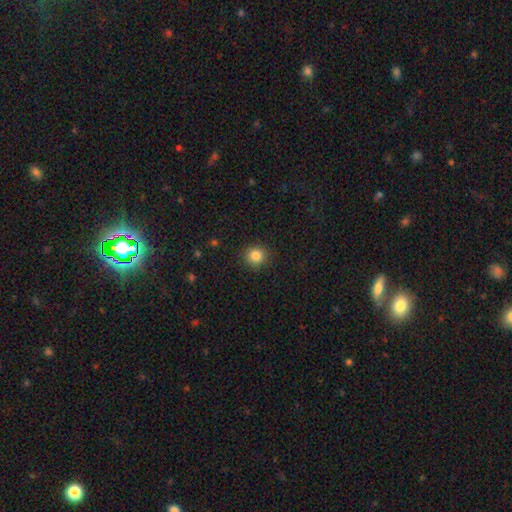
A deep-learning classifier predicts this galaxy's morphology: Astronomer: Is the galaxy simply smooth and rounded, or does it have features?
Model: smooth — 84%.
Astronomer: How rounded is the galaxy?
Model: round — 91%.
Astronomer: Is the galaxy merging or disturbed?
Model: none — 91%.